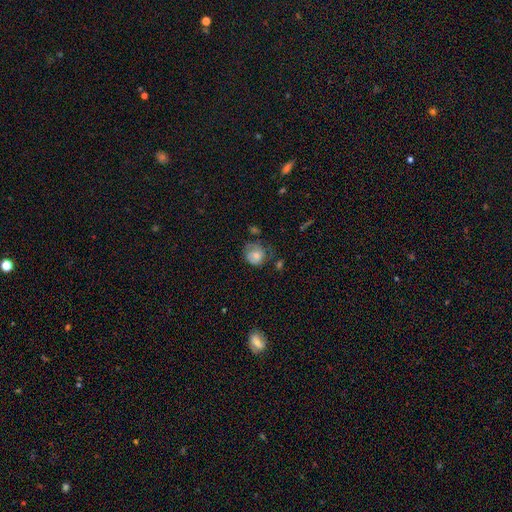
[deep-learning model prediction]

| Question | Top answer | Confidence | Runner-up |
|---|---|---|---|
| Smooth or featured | smooth | 61% | featured or disk (30%) |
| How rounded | round | 78% | in between (21%) |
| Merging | none | 50% | minor disturbance (29%) |